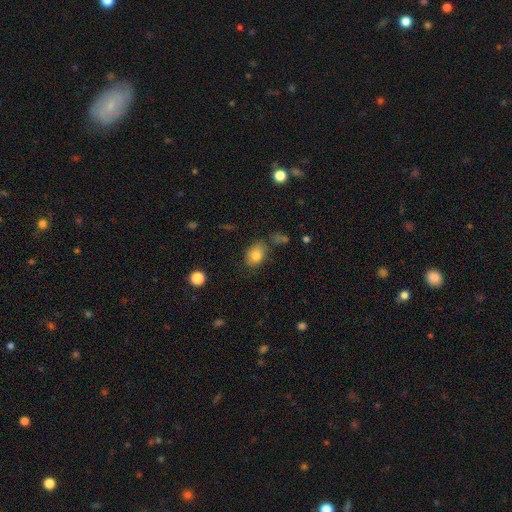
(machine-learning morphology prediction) smooth_or_featured: smooth (p=0.80) [alt: featured or disk p=0.10]
how_rounded: in between (p=0.70) [alt: round p=0.28]
merging: none (p=0.66) [alt: minor disturbance p=0.21]